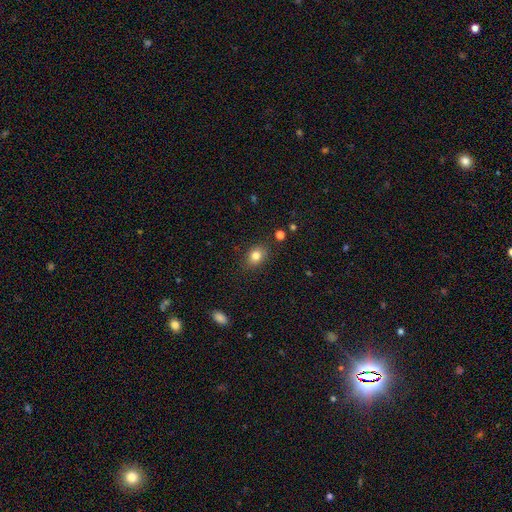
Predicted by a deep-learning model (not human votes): Smooth or featured? smooth (82%)
How rounded? in between (57%)
Merging? none (83%)